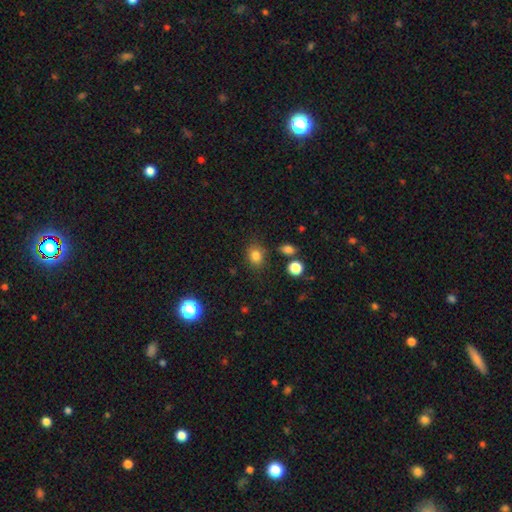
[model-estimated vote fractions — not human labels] A smooth galaxy with no disk features (82%) that is round (52%).

Vote fractions:
- Smooth or featured? smooth: 82% / star or artifact: 12% / featured or disk: 6%
- How rounded? round: 52% / in between: 47% / cigar-shaped: 1%
- Merging? none: 79% / minor disturbance: 13% / merger: 5% / major disturbance: 4%